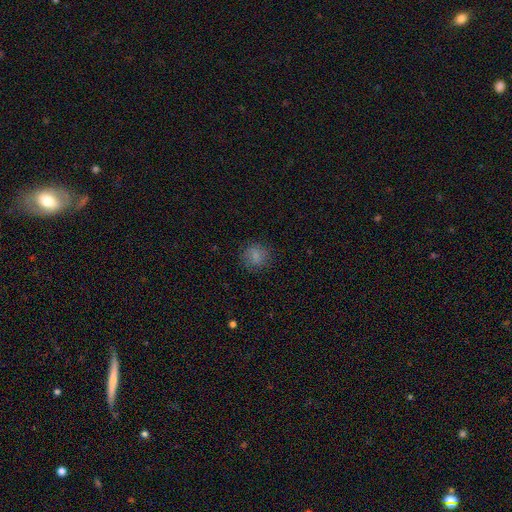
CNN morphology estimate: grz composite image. It shows a smooth galaxy with no disk features (79%) that is round (81%). Merging: none (81%).